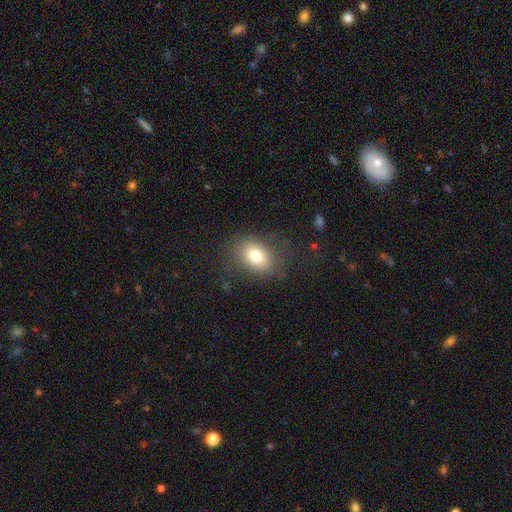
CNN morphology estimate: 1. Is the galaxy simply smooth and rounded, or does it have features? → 78% smooth, 12% featured or disk, 10% star or artifact.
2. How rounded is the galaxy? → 76% in between, 23% round, 1% cigar-shaped.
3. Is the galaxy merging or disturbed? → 79% none, 13% minor disturbance, 7% major disturbance, 1% merger.